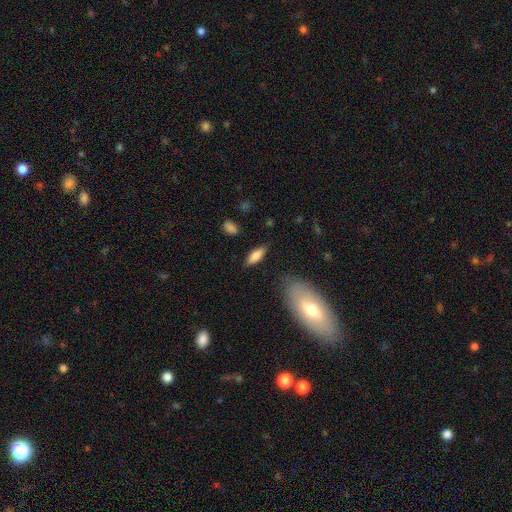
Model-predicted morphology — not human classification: smooth 79%, featured or disk 14%, star or artifact 7%. Down the decision tree: how rounded — in between (69%); merging — none (82%).